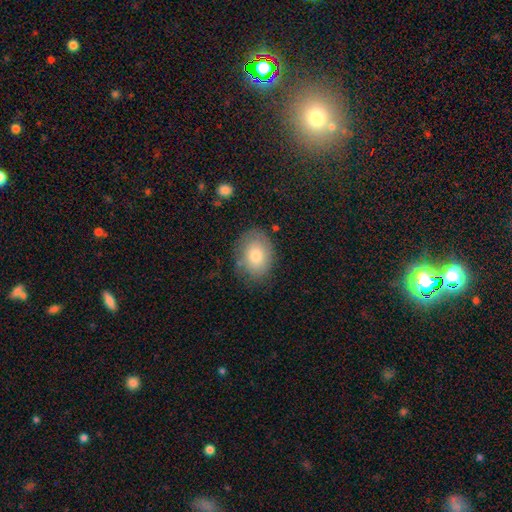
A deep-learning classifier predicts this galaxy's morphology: smooth 73%, featured or disk 19%, star or artifact 8%. Down the decision tree: how rounded — in between (71%); merging — none (74%).